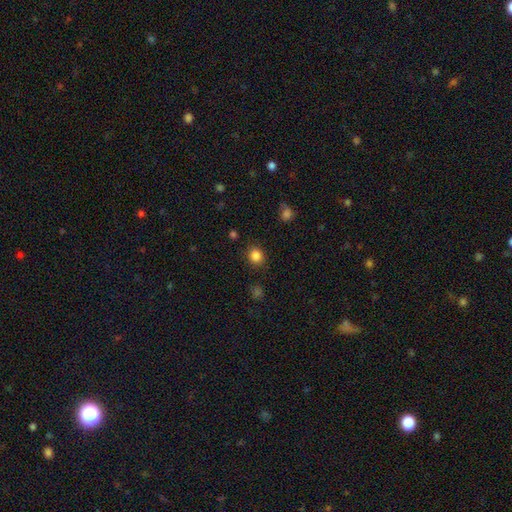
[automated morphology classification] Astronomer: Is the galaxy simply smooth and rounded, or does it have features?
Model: smooth — 85%.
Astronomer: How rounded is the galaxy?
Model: round — 70%.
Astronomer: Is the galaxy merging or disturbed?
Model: none — 85%.